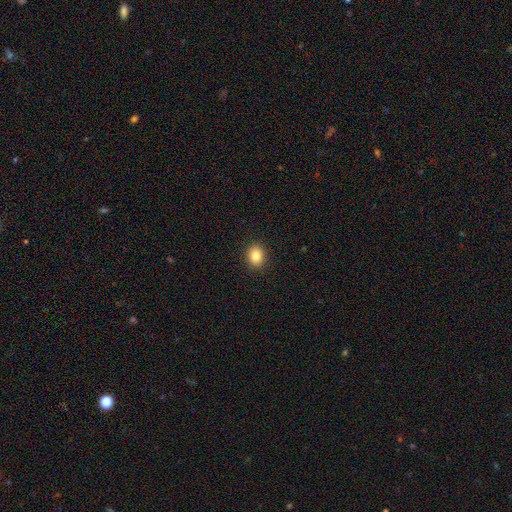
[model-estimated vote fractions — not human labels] This appears to be a smooth galaxy with no disk features (83%) that is round (59%). Merging: none (91%).